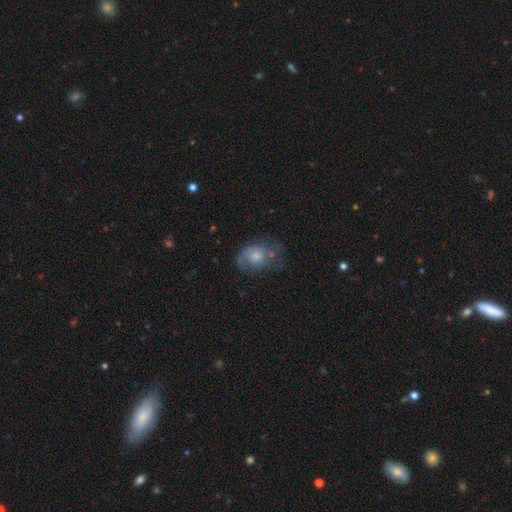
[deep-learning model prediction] Q: Smooth or featured?
A: featured or disk (47%); runner-up: smooth (44%)
Q: Merging?
A: none (41%); runner-up: minor disturbance (28%)